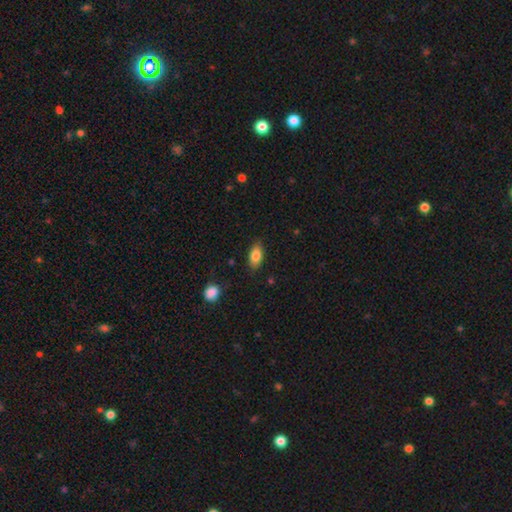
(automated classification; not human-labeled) This is clearly a smooth galaxy (83%). How rounded: clearly in between (89%). Merging: clearly none (85%).